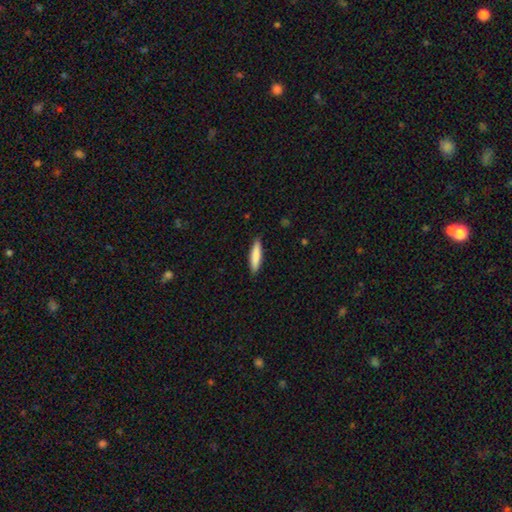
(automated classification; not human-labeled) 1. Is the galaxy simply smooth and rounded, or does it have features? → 83% smooth, 11% featured or disk, 5% star or artifact.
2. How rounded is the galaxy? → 82% cigar-shaped, 17% in between, 1% round.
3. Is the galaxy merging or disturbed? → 90% none, 8% minor disturbance, 2% major disturbance, 1% merger.